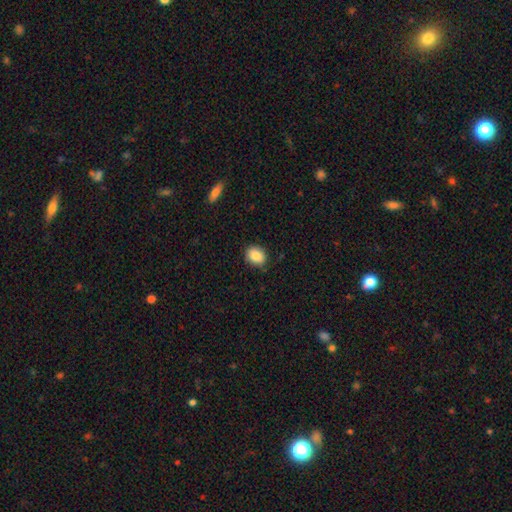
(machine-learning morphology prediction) smooth_or_featured: smooth (p=0.86) [alt: star or artifact p=0.08]
how_rounded: round (p=0.51) [alt: in between p=0.48]
merging: none (p=0.83) [alt: minor disturbance p=0.14]